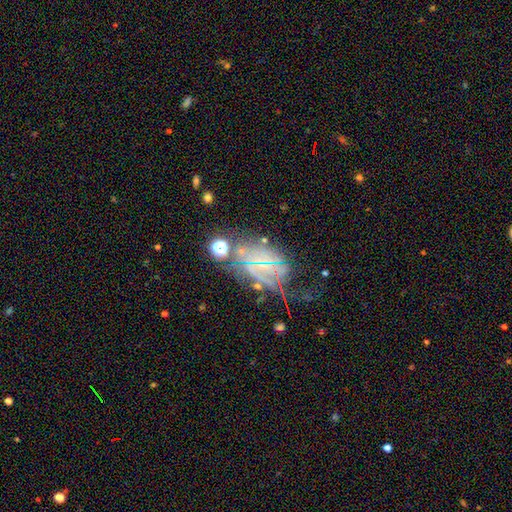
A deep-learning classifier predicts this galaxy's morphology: type=featured or disk (41%); merging=none (49%).